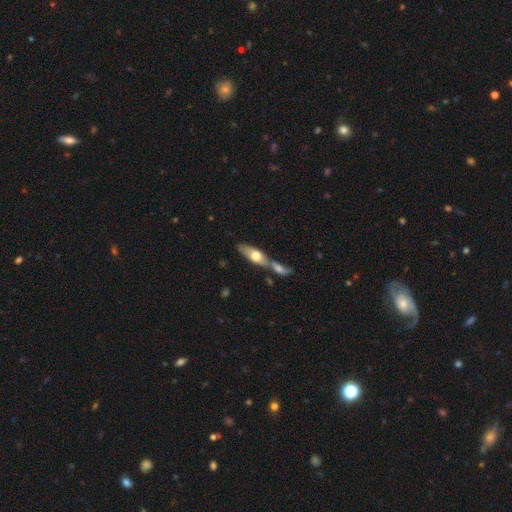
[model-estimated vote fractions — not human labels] This appears to be a smooth galaxy with no disk features (54%) that is in between round and cigar-shaped (58%). Merging: merger (57%).